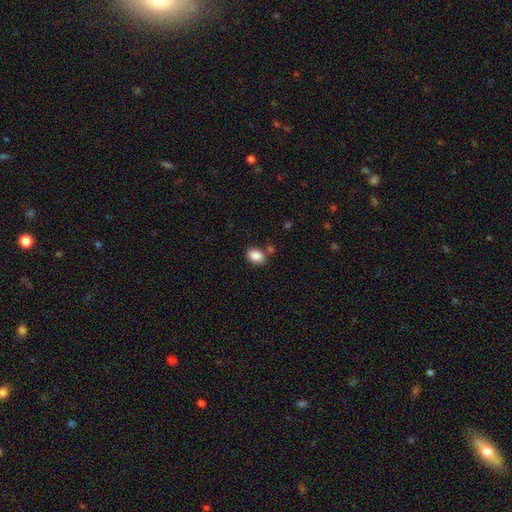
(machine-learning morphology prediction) A smooth galaxy with no disk features (88%) that is in between round and cigar-shaped (78%).

Vote fractions:
- Smooth or featured? smooth: 88% / star or artifact: 8% / featured or disk: 4%
- How rounded? in between: 78% / round: 21% / cigar-shaped: 1%
- Merging? none: 76% / minor disturbance: 12% / merger: 8% / major disturbance: 3%